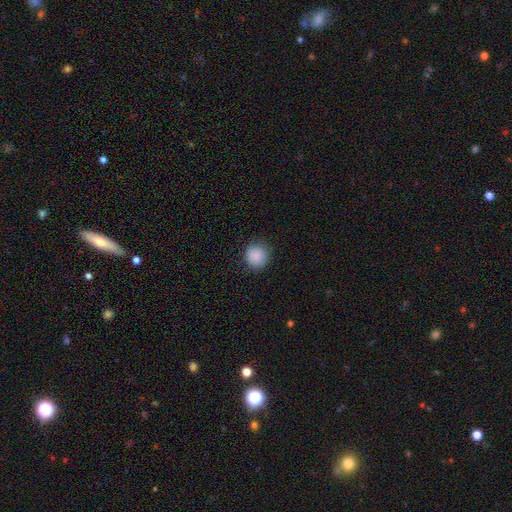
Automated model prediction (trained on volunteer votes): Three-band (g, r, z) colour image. It shows a smooth galaxy with no disk features (89%) that is round (91%). Merging: none (87%).